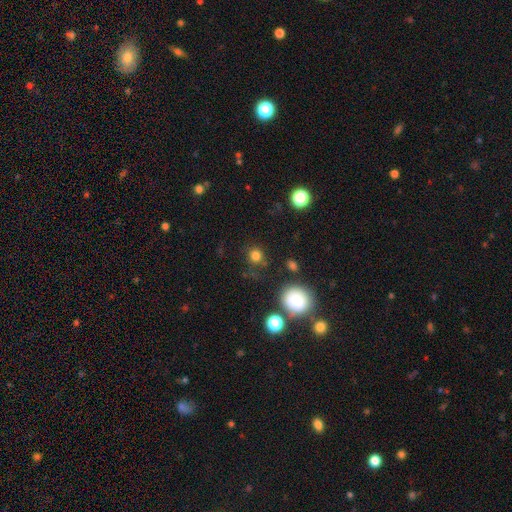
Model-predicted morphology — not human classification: Smooth or featured? smooth (78%)
How rounded? round (89%)
Merging? none (78%)